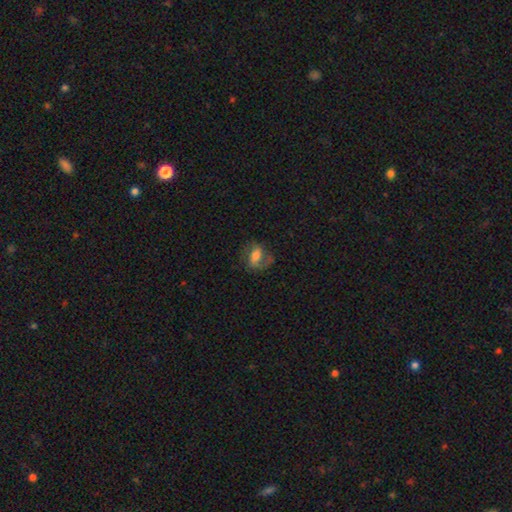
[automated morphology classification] Smooth or featured? featured or disk (52%)
Edge-on disk? no (94%)
Merging? none (56%)